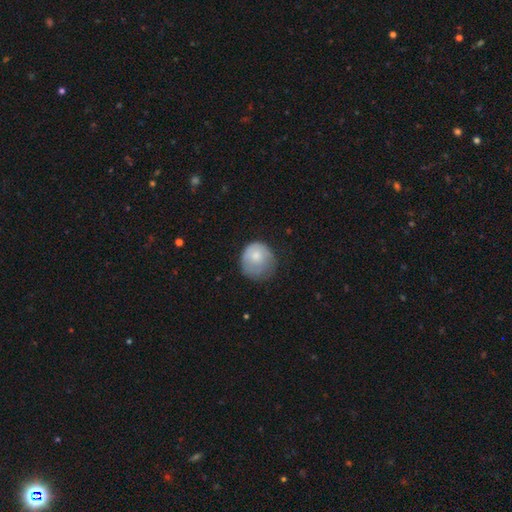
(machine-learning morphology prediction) Smooth or featured? Predicted: smooth (p=0.71). How rounded? Predicted: round (p=0.81). Merging? Predicted: none (p=0.46).